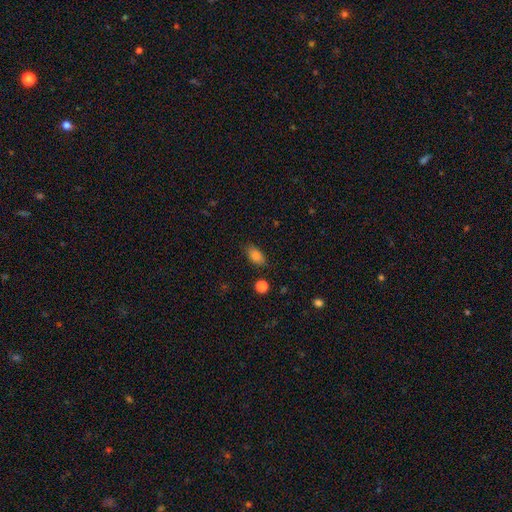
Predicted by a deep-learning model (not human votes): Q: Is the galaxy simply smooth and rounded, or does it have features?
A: smooth — 85%.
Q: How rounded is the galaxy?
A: in between — 88%.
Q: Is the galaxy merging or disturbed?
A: none — 81%.